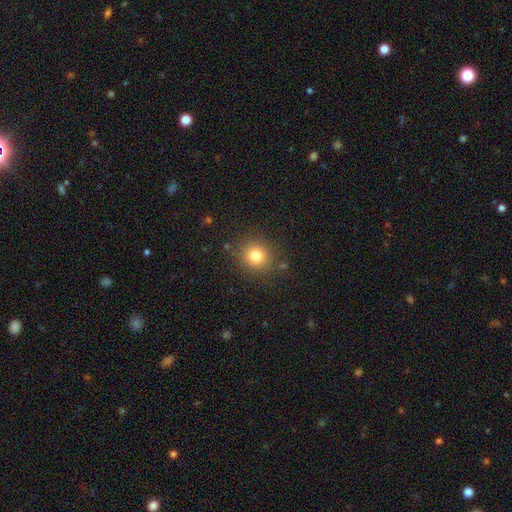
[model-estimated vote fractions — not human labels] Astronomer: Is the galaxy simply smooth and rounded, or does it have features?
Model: smooth — 79%.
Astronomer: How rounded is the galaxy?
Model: round — 87%.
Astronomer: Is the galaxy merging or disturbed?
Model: none — 86%.